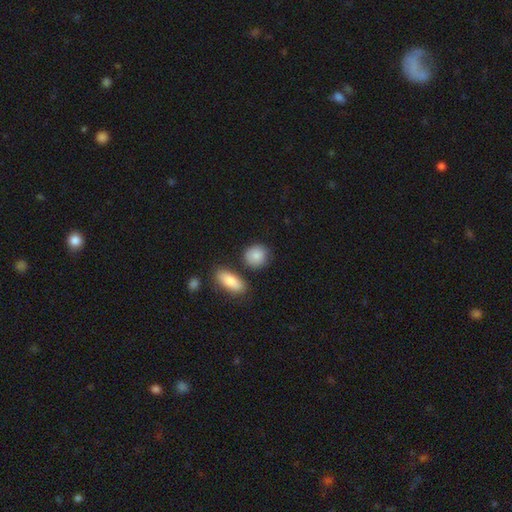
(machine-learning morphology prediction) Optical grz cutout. It shows a smooth galaxy with no disk features (88%) that is round (73%). Merging: none (76%).